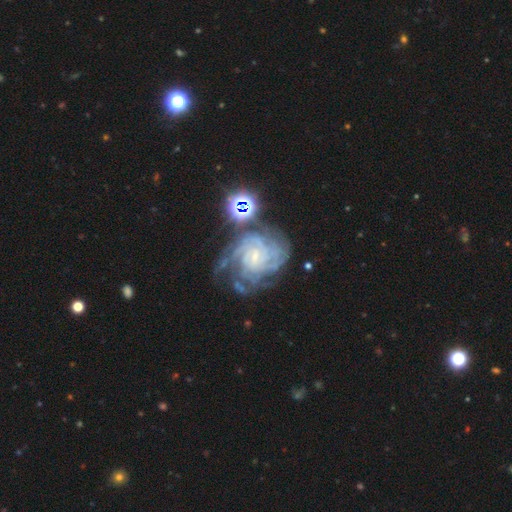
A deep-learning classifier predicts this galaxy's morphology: Q: Smooth or featured?
A: featured or disk (87%); runner-up: star or artifact (8%)
Q: Edge-on disk?
A: no (98%); runner-up: yes (2%)
Q: Bar?
A: no (50%); runner-up: weak (39%)
Q: Spiral arms?
A: yes (98%); runner-up: no (2%)
Q: Spiral winding?
A: tight (72%); runner-up: medium (24%)
Q: Spiral arm count?
A: 4 (28%); runner-up: can't tell (24%)
Q: Bulge size?
A: small (74%); runner-up: moderate (15%)
Q: Merging?
A: none (55%); runner-up: minor disturbance (21%)